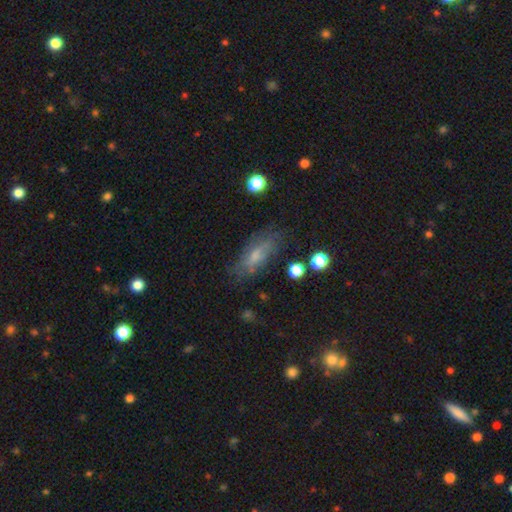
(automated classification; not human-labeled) Q: Smooth or featured?
A: smooth (50%); runner-up: featured or disk (39%)
Q: Merging?
A: none (74%); runner-up: minor disturbance (18%)